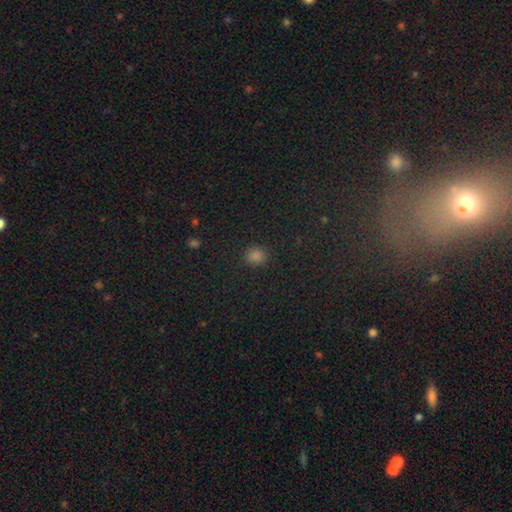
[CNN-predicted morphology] A smooth galaxy with no disk features (80%) that is round (80%).

Vote fractions:
- Smooth or featured? smooth: 80% / star or artifact: 16% / featured or disk: 4%
- How rounded? round: 80% / in between: 19% / cigar-shaped: 1%
- Merging? none: 90% / minor disturbance: 7% / major disturbance: 2% / merger: 1%